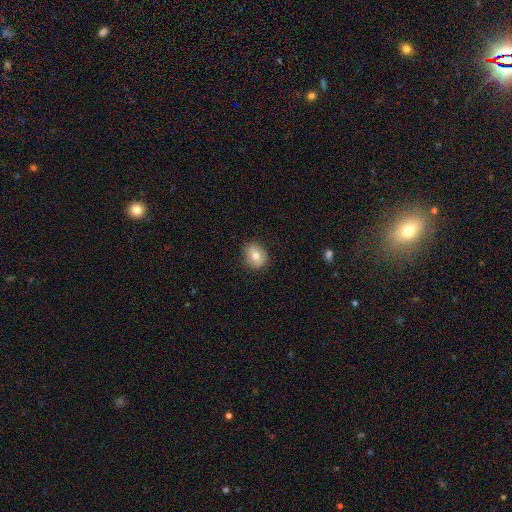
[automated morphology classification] This appears to be a smooth galaxy with no disk features (73%) that is round (63%). Merging: none (85%).